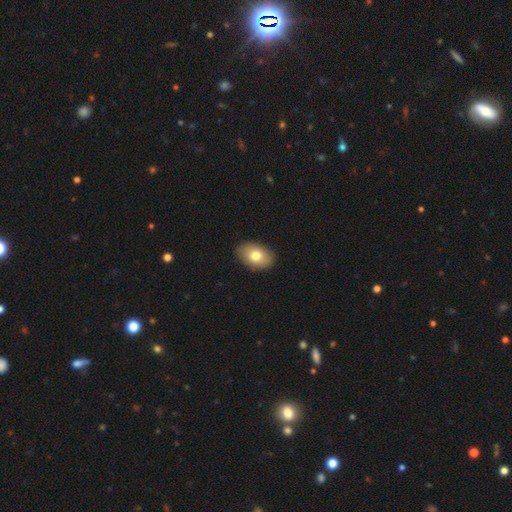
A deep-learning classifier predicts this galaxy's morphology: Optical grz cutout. It shows a smooth galaxy with no disk features (76%) that is in between round and cigar-shaped (83%). Merging: none (88%).